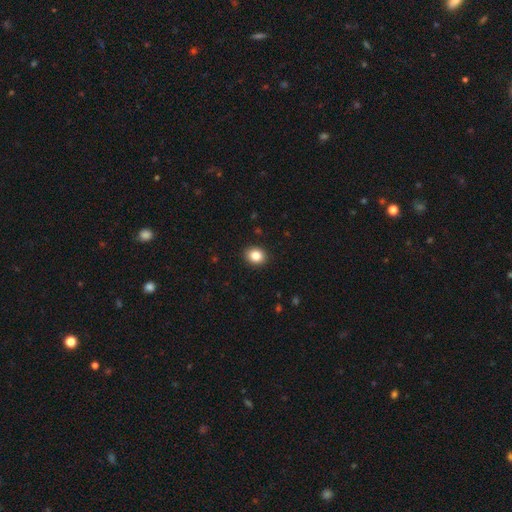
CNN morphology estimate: The model was most divided on "how rounded": round: 59%, in between: 40%, cigar-shaped: 1%. More confident: merging — none (92%); smooth or featured — smooth (85%).